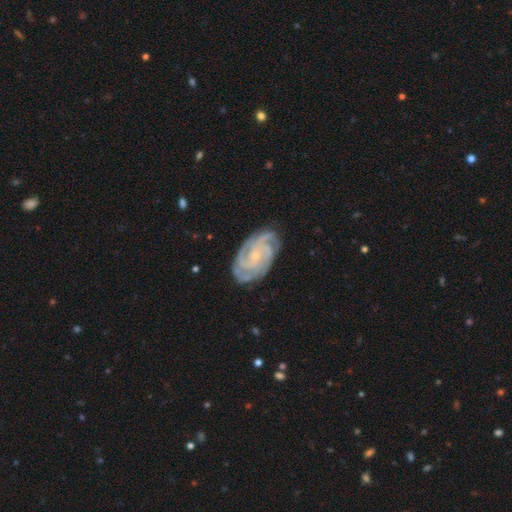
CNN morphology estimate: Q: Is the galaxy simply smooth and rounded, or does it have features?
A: featured or disk — 89%.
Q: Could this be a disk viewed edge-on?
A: no — 97%.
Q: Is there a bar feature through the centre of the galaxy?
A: no — 65%.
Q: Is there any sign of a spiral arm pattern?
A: yes — 98%.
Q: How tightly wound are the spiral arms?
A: tight — 73%.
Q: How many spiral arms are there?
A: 4 — 32%.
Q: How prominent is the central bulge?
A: small — 72%.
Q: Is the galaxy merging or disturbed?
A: none — 82%.